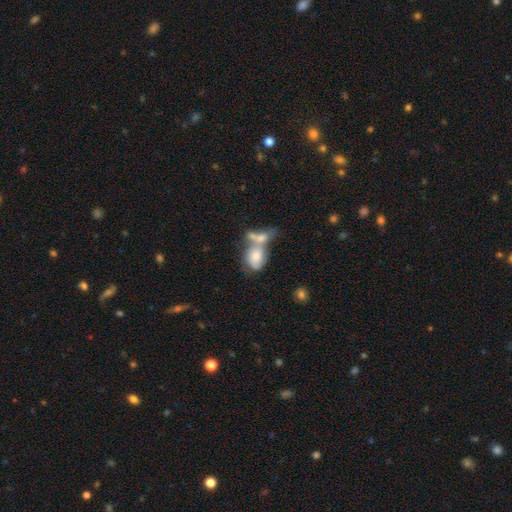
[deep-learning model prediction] A smooth galaxy with no disk features (64%) that is in between round and cigar-shaped (73%).

Vote fractions:
- Smooth or featured? smooth: 64% / featured or disk: 28% / star or artifact: 8%
- How rounded? in between: 73% / round: 24% / cigar-shaped: 3%
- Merging? merger: 66% / none: 16% / minor disturbance: 10% / major disturbance: 9%